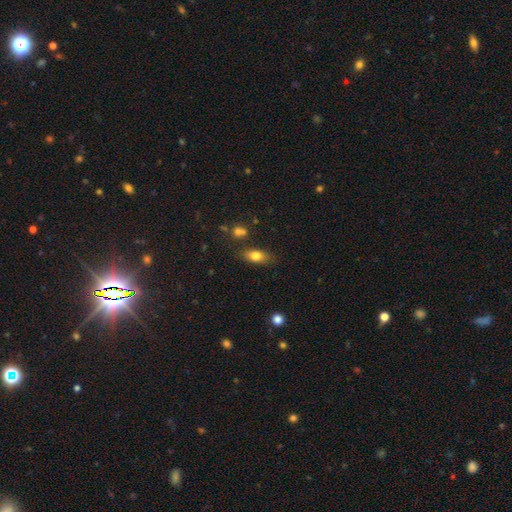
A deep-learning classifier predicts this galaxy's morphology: Q: Smooth or featured?
A: smooth (77%); runner-up: featured or disk (13%)
Q: How rounded?
A: in between (81%); runner-up: round (10%)
Q: Merging?
A: none (75%); runner-up: minor disturbance (15%)